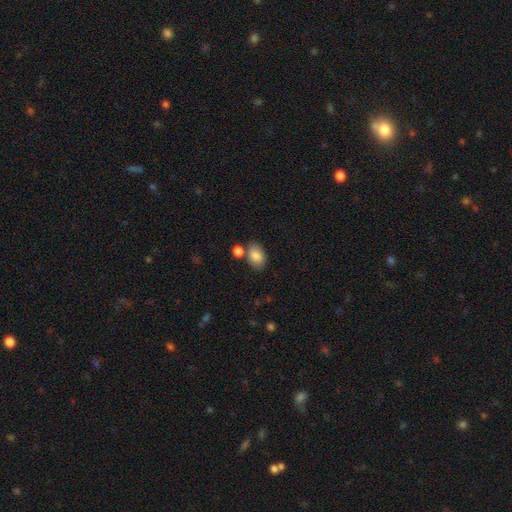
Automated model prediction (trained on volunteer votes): Smooth or featured: smooth — 85% (star or artifact — 7%)
How rounded: in between — 86% (round — 13%)
Merging: none — 65% (merger — 17%)